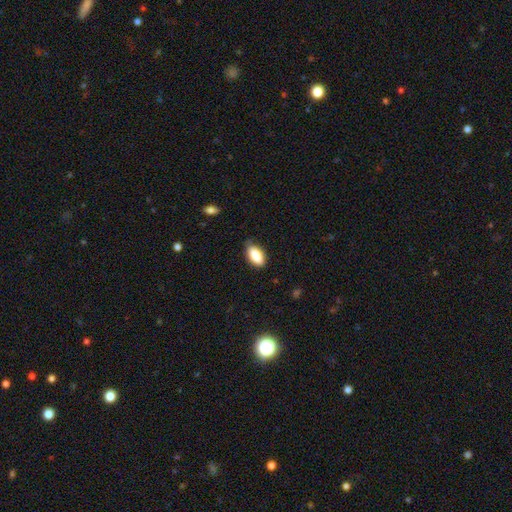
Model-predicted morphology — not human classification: This appears to be a smooth galaxy with no disk features (83%) that is in between round and cigar-shaped (91%). Merging: none (76%).